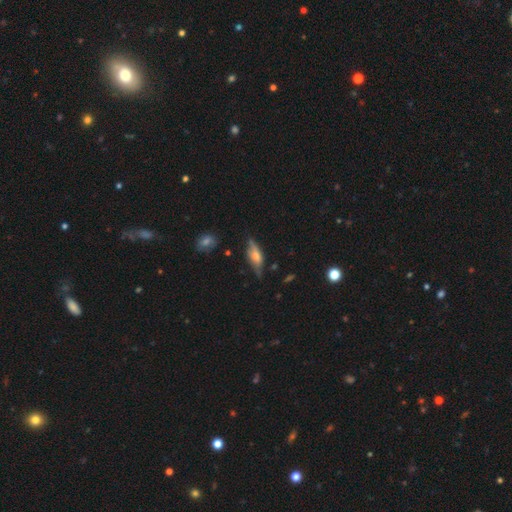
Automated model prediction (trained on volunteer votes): This appears to be a featured or disk galaxy (51%) viewed edge-on (79%). Merging: none (64%).